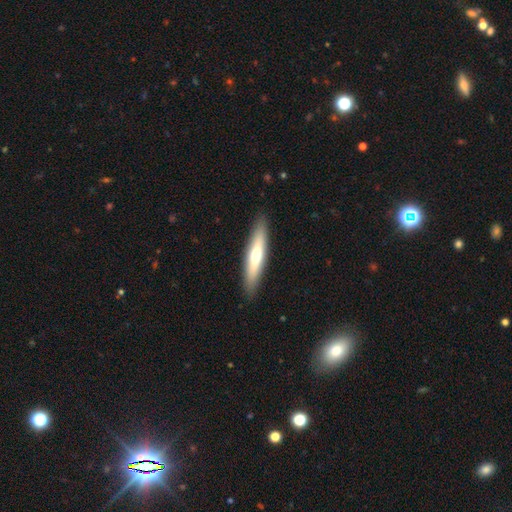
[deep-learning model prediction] The model was most divided on "smooth or featured": smooth: 55%, featured or disk: 40%, star or artifact: 5%. More confident: merging — none (89%); how rounded — cigar-shaped (83%).